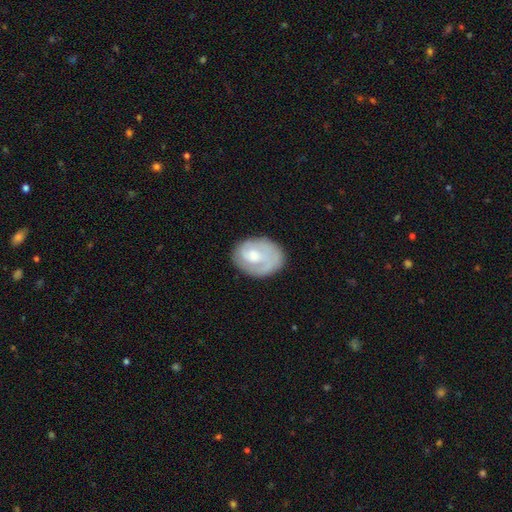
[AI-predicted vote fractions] A featured or disk galaxy (55%) with no bar (63%), spiral arms (77%) and a moderate central bulge (52%). Merging: none (70%).